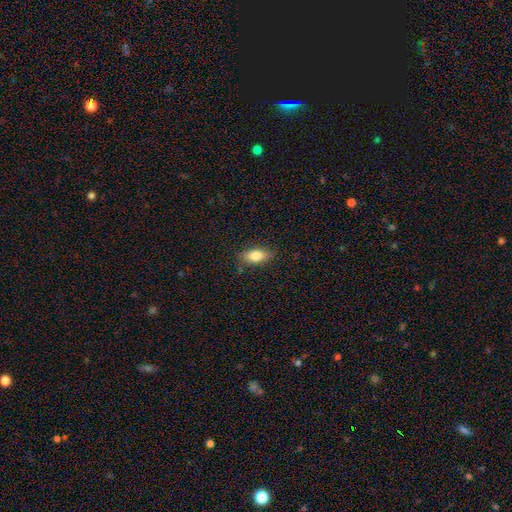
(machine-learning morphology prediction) Smooth or featured?
  - smooth: 80% *
  - featured or disk: 12%
  - star or artifact: 8%
How rounded?
  - in between: 84% *
  - cigar-shaped: 10%
  - round: 6%
Merging?
  - none: 82% *
  - minor disturbance: 14%
  - major disturbance: 3%
  - merger: 1%